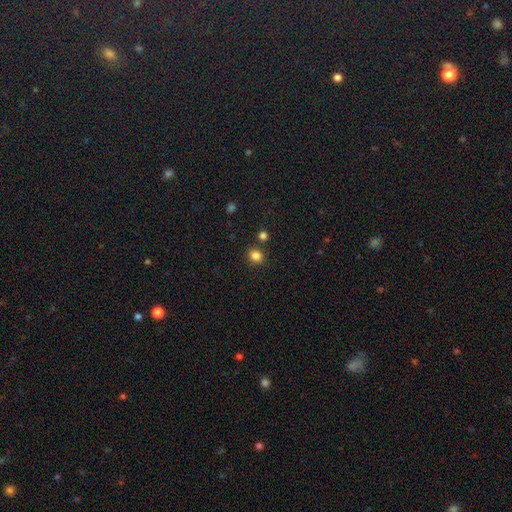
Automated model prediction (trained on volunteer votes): A smooth galaxy with no disk features (83%) that is round (81%).

Vote fractions:
- Smooth or featured? smooth: 83% / star or artifact: 13% / featured or disk: 4%
- How rounded? round: 81% / in between: 18% / cigar-shaped: 1%
- Merging? none: 84% / minor disturbance: 8% / merger: 6% / major disturbance: 2%